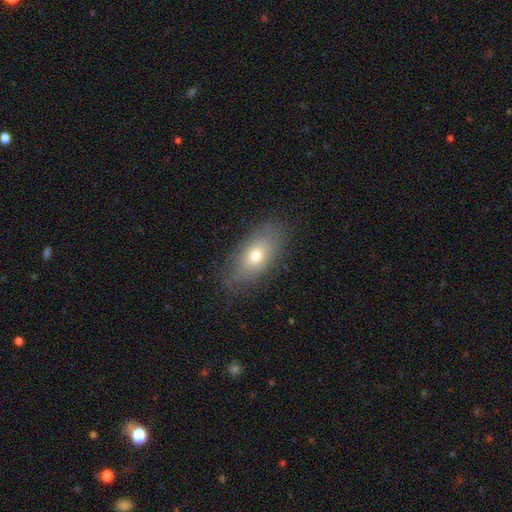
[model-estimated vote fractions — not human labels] Smooth or featured: smooth — 68% (featured or disk — 23%)
How rounded: in between — 88% (cigar-shaped — 7%)
Merging: none — 80% (minor disturbance — 14%)